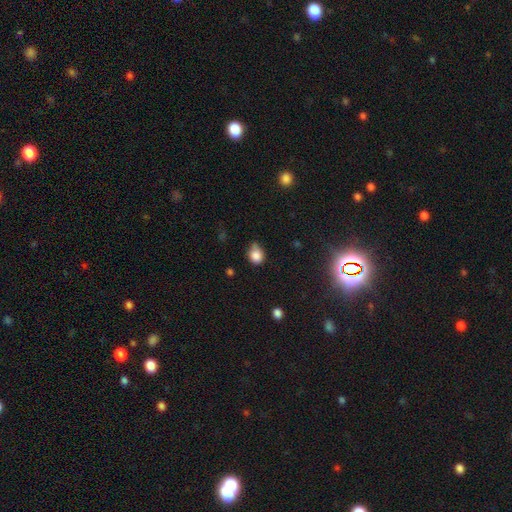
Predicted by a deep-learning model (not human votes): The model was most divided on "merging": none: 49%, minor disturbance: 37%, major disturbance: 8%, merger: 5%. More confident: smooth or featured — smooth (83%); how rounded — round (63%).